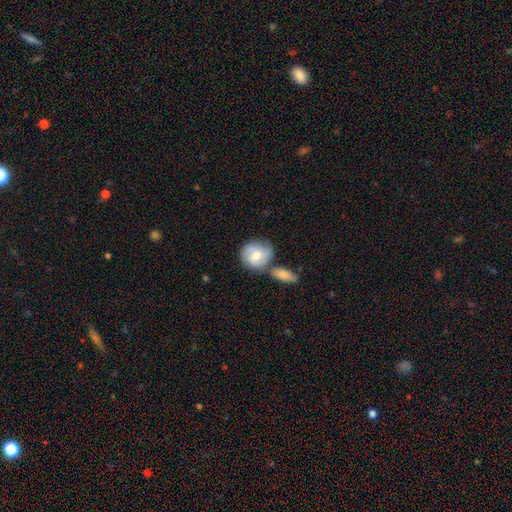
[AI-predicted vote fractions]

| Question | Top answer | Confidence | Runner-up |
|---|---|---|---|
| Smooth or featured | smooth | 58% | featured or disk (36%) |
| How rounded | round | 77% | in between (21%) |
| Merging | none | 50% | merger (28%) |